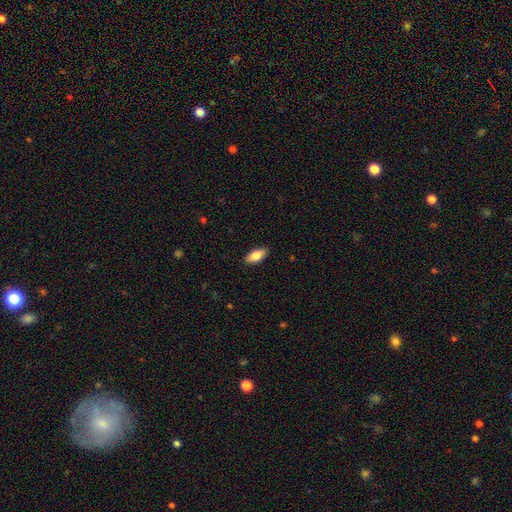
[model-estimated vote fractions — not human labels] Smooth or featured? smooth (82%)
How rounded? in between (88%)
Merging? none (89%)